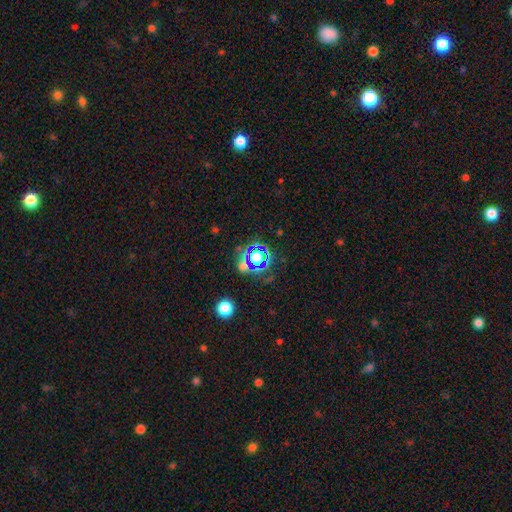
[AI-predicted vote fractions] Smooth or featured?
  - star or artifact: 56% *
  - smooth: 33%
  - featured or disk: 12%